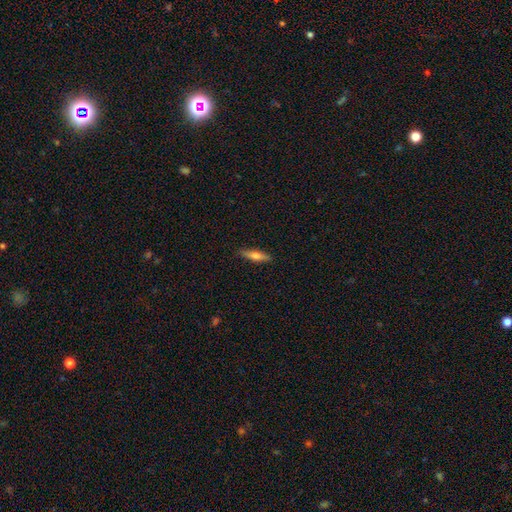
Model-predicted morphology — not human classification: This appears to be a smooth galaxy with no disk features (61%) that is cigar-shaped (75%). Merging: none (89%).